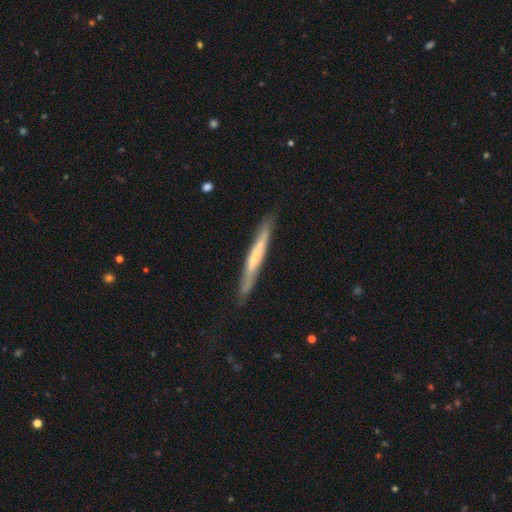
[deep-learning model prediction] Smooth or featured: featured or disk — 47% (tied with smooth — 47%)
Merging: none — 85% (minor disturbance — 12%)